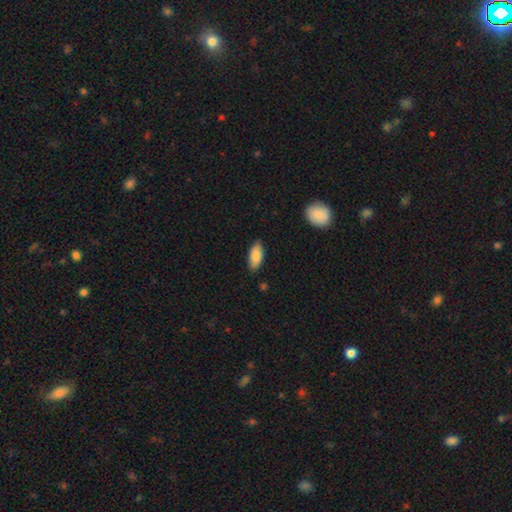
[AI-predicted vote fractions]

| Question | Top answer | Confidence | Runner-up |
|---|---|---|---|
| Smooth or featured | smooth | 86% | featured or disk (8%) |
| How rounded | in between | 85% | cigar-shaped (13%) |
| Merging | none | 84% | minor disturbance (13%) |